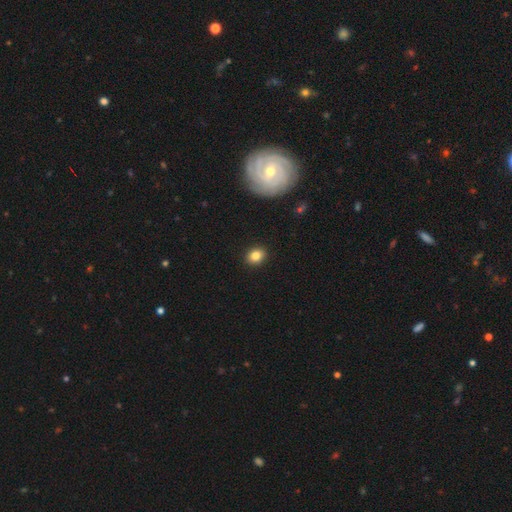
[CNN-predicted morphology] Overall: smooth (84%). How rounded: round (54%; in between 44%). Merging: none (91%).